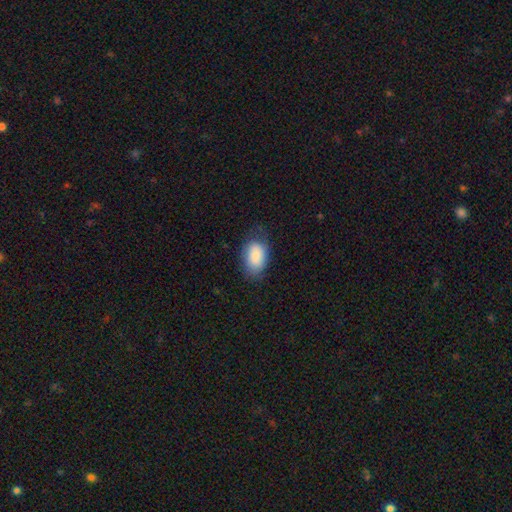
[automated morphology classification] A smooth galaxy with no disk features (85%) that is in between round and cigar-shaped (89%).

Vote fractions:
- Smooth or featured? smooth: 85% / featured or disk: 8% / star or artifact: 7%
- How rounded? in between: 89% / round: 10% / cigar-shaped: 1%
- Merging? none: 67% / minor disturbance: 24% / major disturbance: 8% / merger: 1%